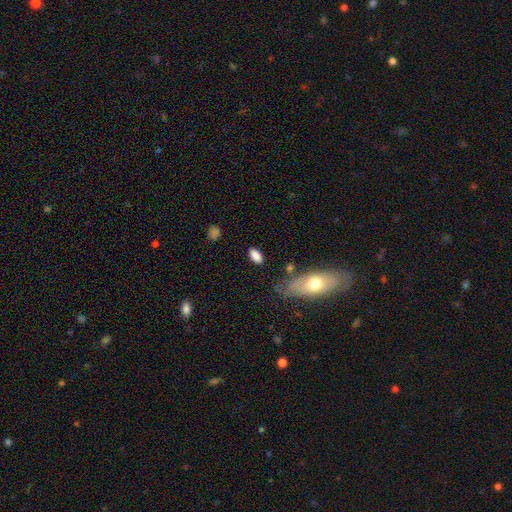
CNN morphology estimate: The model was most divided on "merging": none: 81%, minor disturbance: 12%, major disturbance: 4%, merger: 3%. More confident: how rounded — in between (89%); smooth or featured — smooth (86%).